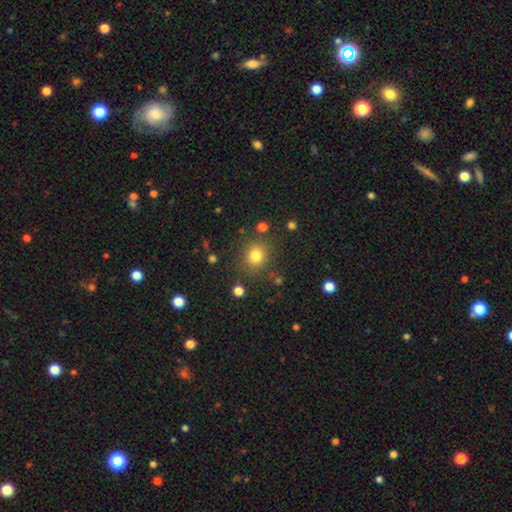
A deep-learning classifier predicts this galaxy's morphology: smooth_or_featured: smooth (p=0.80) [alt: star or artifact p=0.14]
how_rounded: round (p=0.86) [alt: in between p=0.13]
merging: none (p=0.83) [alt: minor disturbance p=0.09]